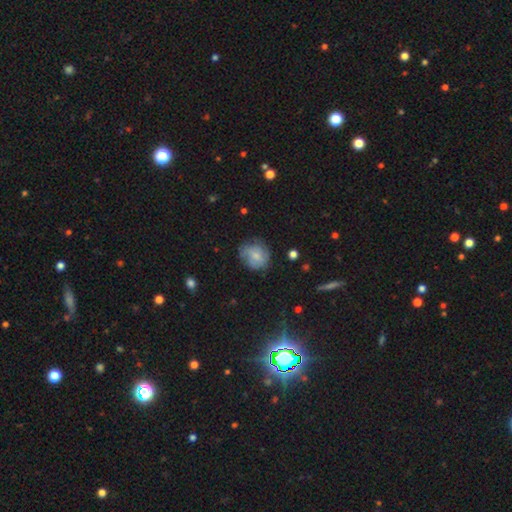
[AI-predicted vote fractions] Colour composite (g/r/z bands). It shows a smooth galaxy with no disk features (60%) that is round (79%). Merging: none (64%).